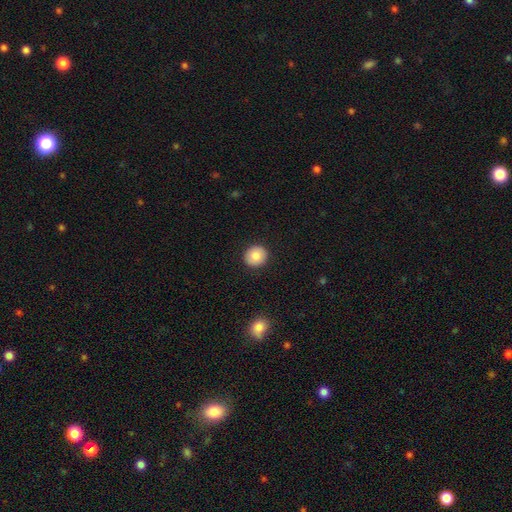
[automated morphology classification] Smooth or featured? Predicted: smooth (p=0.83). How rounded? Predicted: round (p=0.87). Merging? Predicted: none (p=0.92).